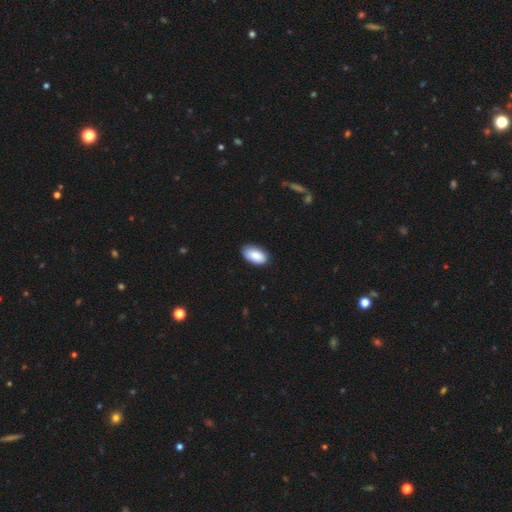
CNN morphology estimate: Q: Smooth or featured?
A: smooth (87%); runner-up: star or artifact (6%)
Q: How rounded?
A: in between (95%); runner-up: round (3%)
Q: Merging?
A: none (84%); runner-up: minor disturbance (13%)